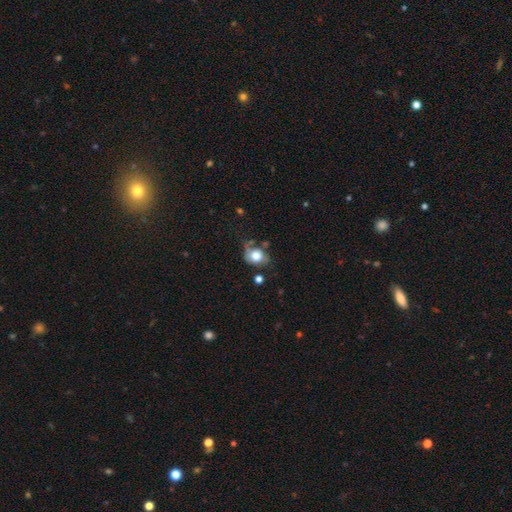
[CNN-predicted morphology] type=smooth (71%); roundness=round (58%); merging=none (47%).